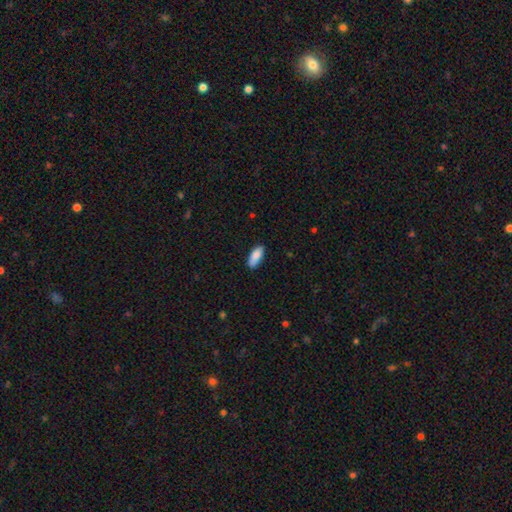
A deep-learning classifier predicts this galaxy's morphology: smooth_or_featured: smooth (p=0.88) [alt: featured or disk p=0.06]
how_rounded: in between (p=0.79) [alt: cigar-shaped p=0.20]
merging: none (p=0.83) [alt: minor disturbance p=0.13]